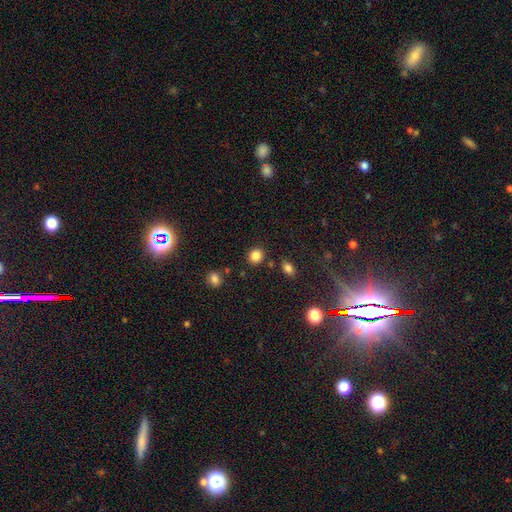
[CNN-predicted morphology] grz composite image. It shows a smooth galaxy with no disk features (85%) that is round (79%). Merging: none (83%).